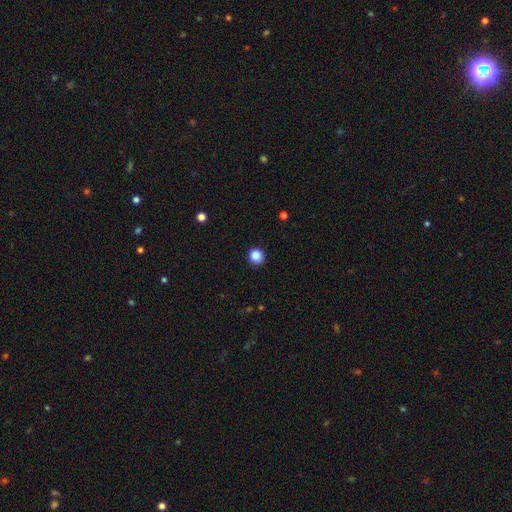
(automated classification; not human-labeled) The model was most divided on "smooth or featured": smooth: 86%, star or artifact: 11%, featured or disk: 3%. More confident: merging — none (92%); how rounded — round (91%).